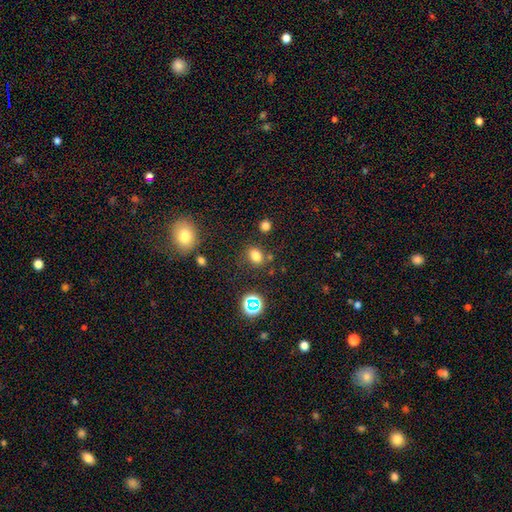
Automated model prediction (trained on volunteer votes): Morphology: type=smooth (77%); roundness=in between (65%); merging=none (75%).